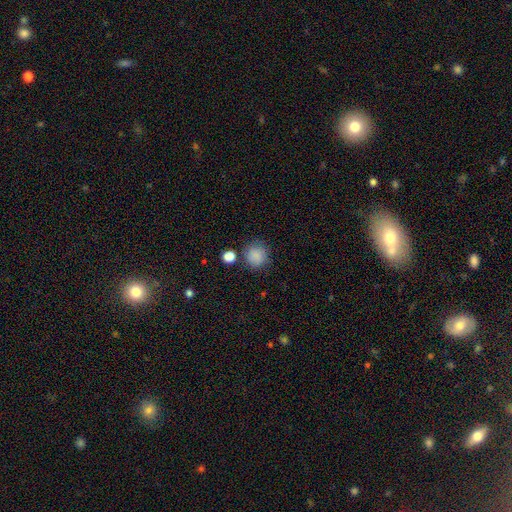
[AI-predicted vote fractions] The model was most divided on "merging": none: 74%, minor disturbance: 14%, merger: 7%, major disturbance: 5%. More confident: how rounded — round (86%); smooth or featured — smooth (84%).